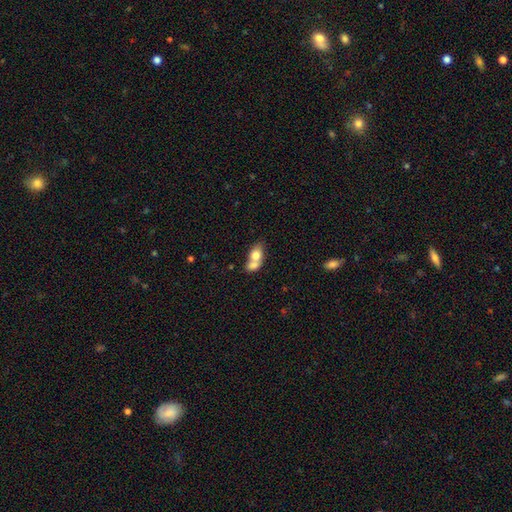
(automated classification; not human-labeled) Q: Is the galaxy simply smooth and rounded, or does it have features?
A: smooth — 72%.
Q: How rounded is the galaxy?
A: in between — 71%.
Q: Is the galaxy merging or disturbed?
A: merger — 70%.